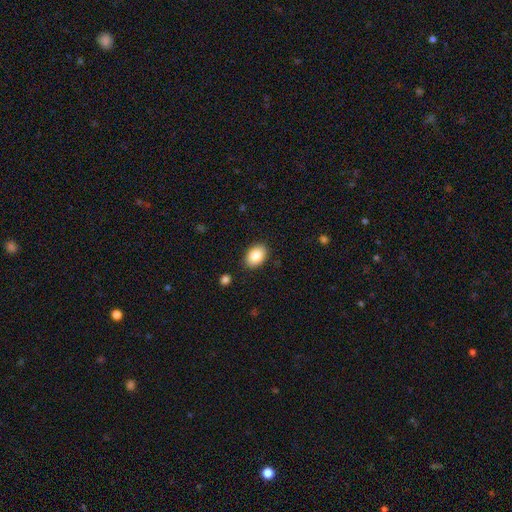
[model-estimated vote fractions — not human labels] Overall: smooth (86%). How rounded: in between (81%). Merging: none (88%).